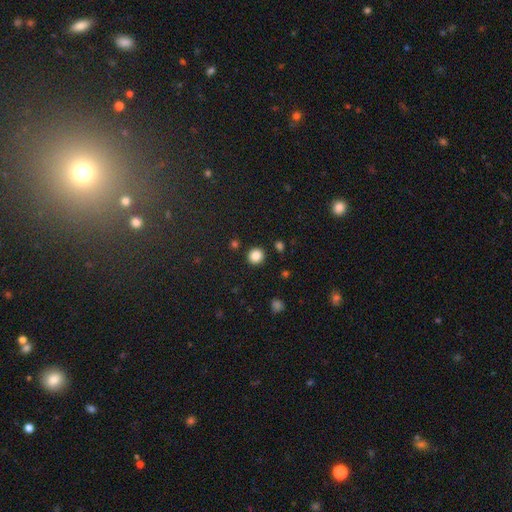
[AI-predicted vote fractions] Overall: smooth (86%). How rounded: round (92%). Merging: none (90%).